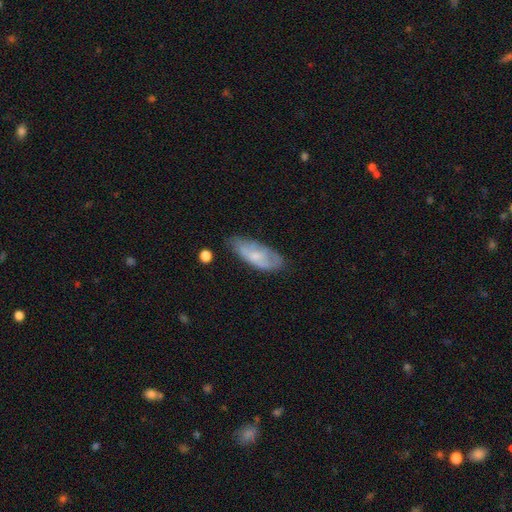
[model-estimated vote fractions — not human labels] Overall: smooth (56%; featured or disk 37%). How rounded: in between (76%). Merging: none (59%; minor disturbance 30%).